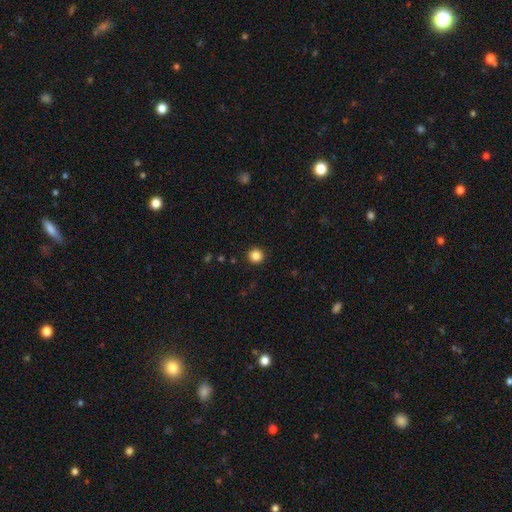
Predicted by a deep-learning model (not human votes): smooth_or_featured: smooth (p=0.85) [alt: star or artifact p=0.11]
how_rounded: round (p=0.95) [alt: in between p=0.04]
merging: none (p=0.93) [alt: minor disturbance p=0.04]